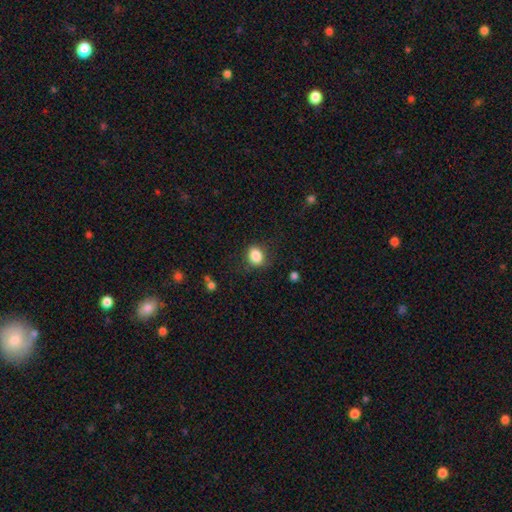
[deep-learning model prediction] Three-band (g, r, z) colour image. It shows a smooth galaxy with no disk features (86%) that is in between round and cigar-shaped (50%). Merging: none (78%).